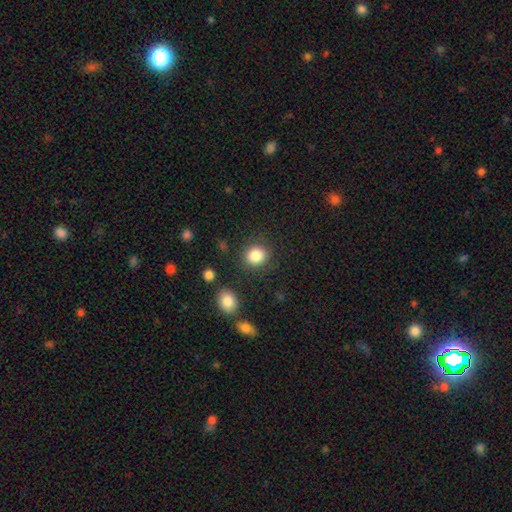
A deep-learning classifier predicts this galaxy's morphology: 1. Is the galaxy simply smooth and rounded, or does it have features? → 86% smooth, 9% star or artifact, 5% featured or disk.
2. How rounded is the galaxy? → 79% round, 20% in between, 1% cigar-shaped.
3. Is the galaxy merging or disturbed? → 86% none, 8% minor disturbance, 3% major disturbance, 3% merger.